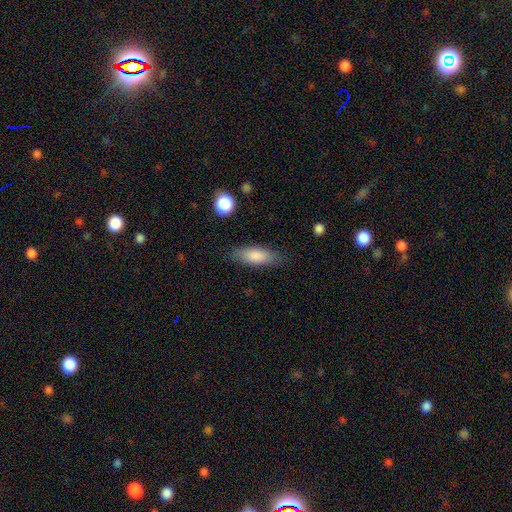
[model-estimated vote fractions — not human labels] This appears to be a smooth galaxy with no disk features (83%) that is in between round and cigar-shaped (67%). Merging: none (81%).